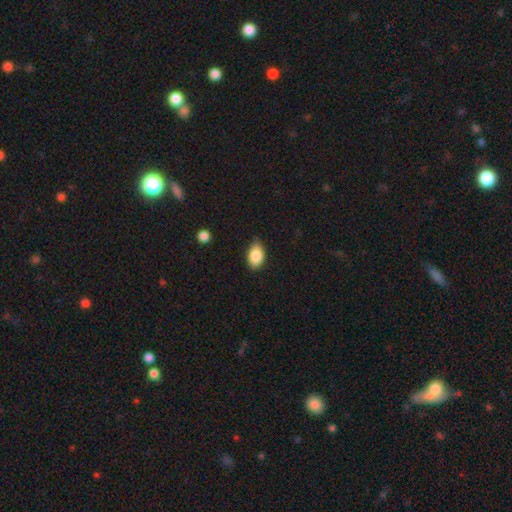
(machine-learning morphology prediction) This appears to be a smooth galaxy with no disk features (86%) that is in between round and cigar-shaped (89%). Merging: none (74%).